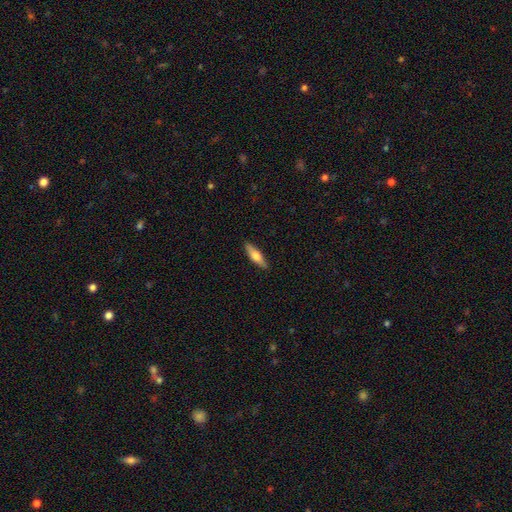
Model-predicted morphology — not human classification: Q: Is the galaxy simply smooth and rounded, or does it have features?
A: smooth — 56%.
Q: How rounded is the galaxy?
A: cigar-shaped — 65%.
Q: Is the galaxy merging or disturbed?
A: none — 89%.